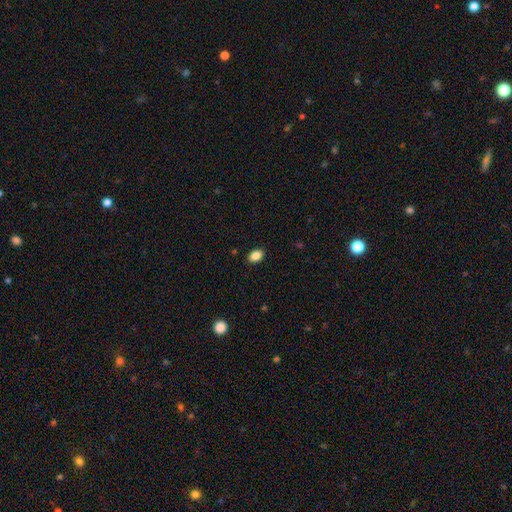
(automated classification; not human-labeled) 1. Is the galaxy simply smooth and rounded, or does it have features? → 87% smooth, 9% star or artifact, 4% featured or disk.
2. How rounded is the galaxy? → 87% in between, 12% round, 1% cigar-shaped.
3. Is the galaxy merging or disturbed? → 89% none, 8% minor disturbance, 2% major disturbance, 1% merger.